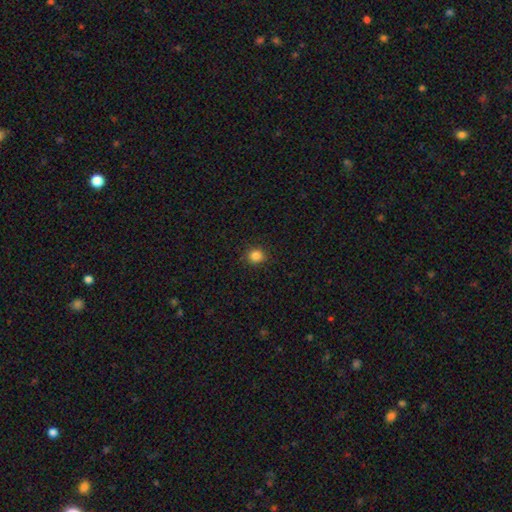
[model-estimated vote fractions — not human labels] Morphology: type=smooth (84%); roundness=round (84%); merging=none (88%).